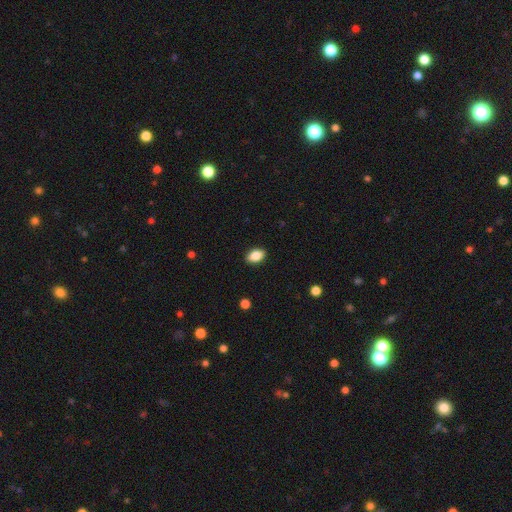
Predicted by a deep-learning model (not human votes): Q: Smooth or featured?
A: smooth (86%); runner-up: star or artifact (8%)
Q: How rounded?
A: in between (88%); runner-up: round (10%)
Q: Merging?
A: none (89%); runner-up: minor disturbance (8%)